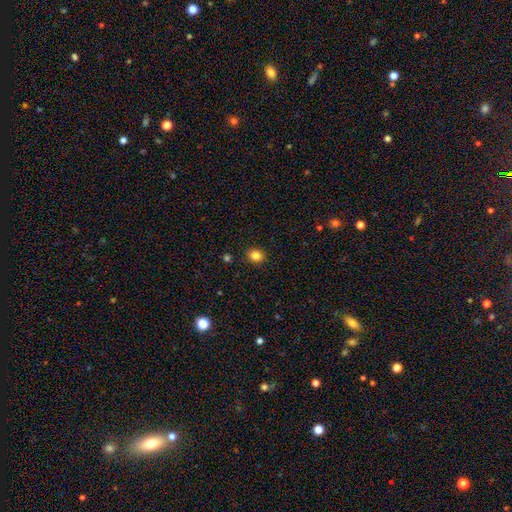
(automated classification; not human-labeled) Smooth or featured: smooth — 83% (star or artifact — 12%)
How rounded: round — 63% (in between — 36%)
Merging: none — 90% (minor disturbance — 7%)